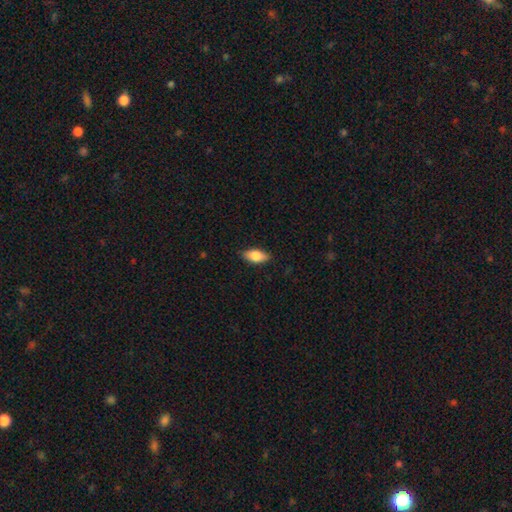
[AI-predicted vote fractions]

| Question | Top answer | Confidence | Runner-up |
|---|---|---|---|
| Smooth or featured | smooth | 81% | featured or disk (12%) |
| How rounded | in between | 88% | cigar-shaped (8%) |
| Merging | none | 86% | minor disturbance (11%) |